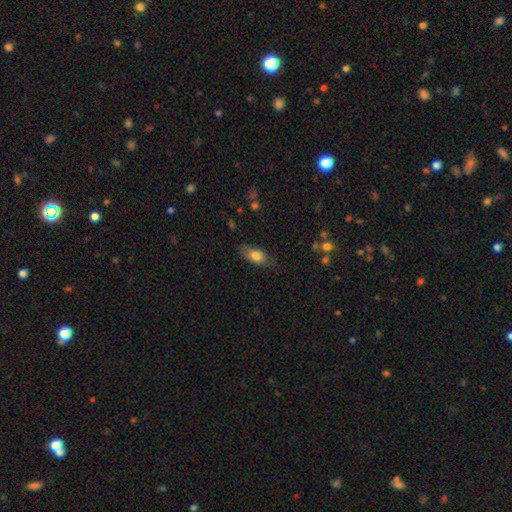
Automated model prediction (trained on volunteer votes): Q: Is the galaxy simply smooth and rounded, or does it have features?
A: smooth — 76%.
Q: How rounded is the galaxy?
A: in between — 83%.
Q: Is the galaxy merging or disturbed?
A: none — 73%.